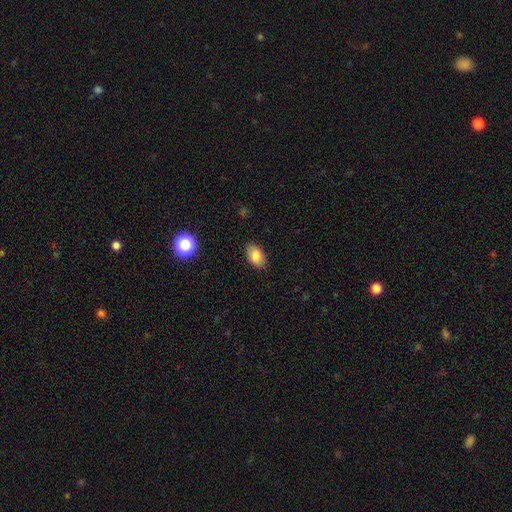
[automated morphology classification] Smooth or featured? smooth (85%)
How rounded? in between (91%)
Merging? none (86%)